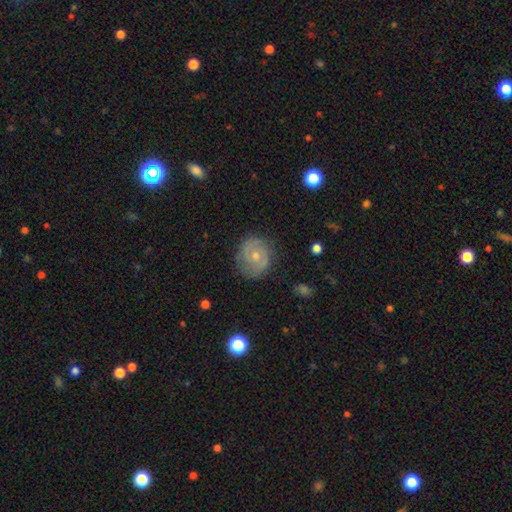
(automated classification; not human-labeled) The model was most divided on "smooth or featured": featured or disk: 55%, smooth: 37%, star or artifact: 8%. More confident: edge-on disk — no (97%); bar — no (79%); merging — none (75%); spiral arms — yes (70%); bulge size — small (59%).